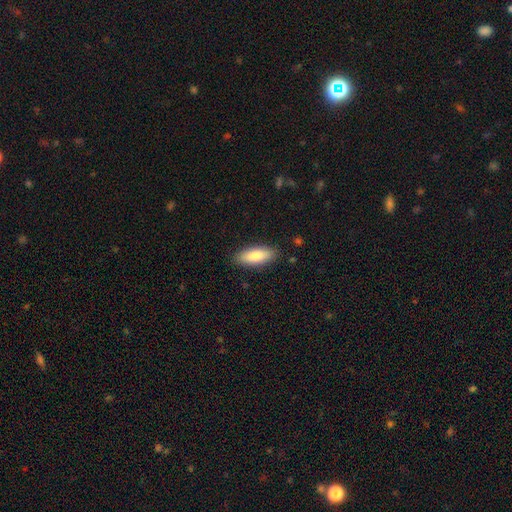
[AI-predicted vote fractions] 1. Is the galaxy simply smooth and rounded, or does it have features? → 85% smooth, 9% featured or disk, 6% star or artifact.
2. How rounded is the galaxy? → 69% in between, 29% cigar-shaped, 2% round.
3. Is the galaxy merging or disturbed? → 87% none, 9% minor disturbance, 2% major disturbance, 1% merger.